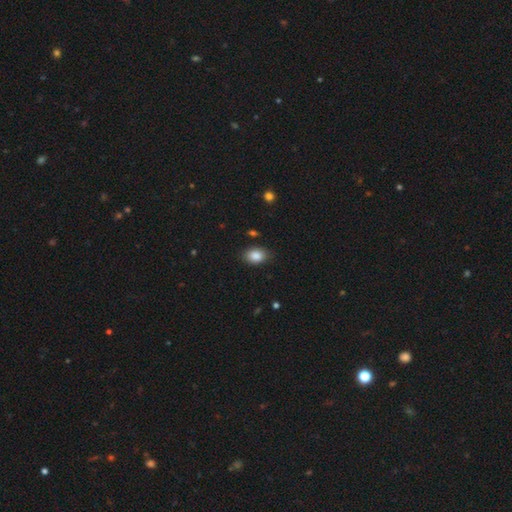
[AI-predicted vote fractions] This is clearly a smooth galaxy (87%). How rounded: clearly in between (82%). Merging: clearly none (85%).